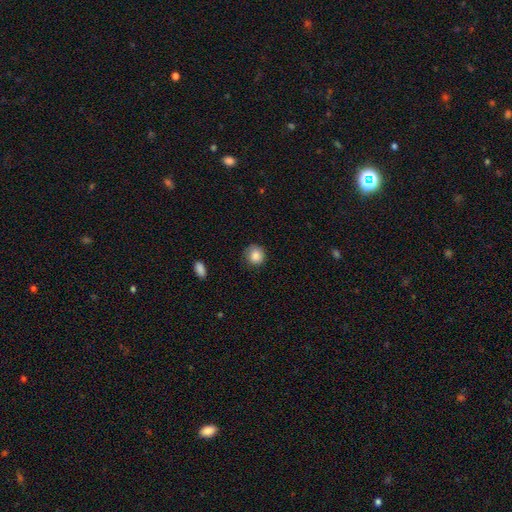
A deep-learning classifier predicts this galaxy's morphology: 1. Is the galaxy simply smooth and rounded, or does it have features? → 85% smooth, 8% star or artifact, 7% featured or disk.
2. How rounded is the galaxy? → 88% round, 12% in between, 1% cigar-shaped.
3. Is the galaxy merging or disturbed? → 74% none, 19% minor disturbance, 5% major disturbance, 1% merger.